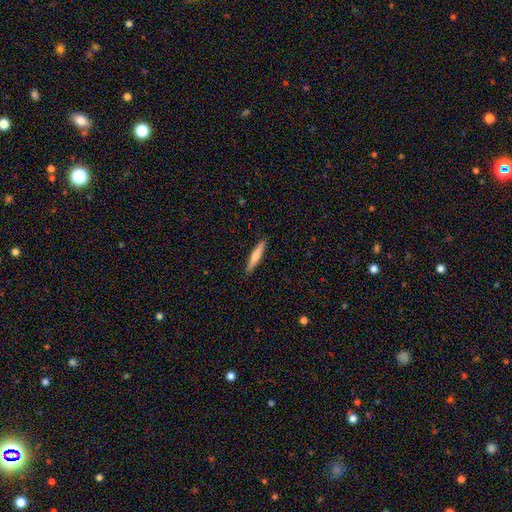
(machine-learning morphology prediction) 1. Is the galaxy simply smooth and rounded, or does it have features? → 65% smooth, 30% featured or disk, 5% star or artifact.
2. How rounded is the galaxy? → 90% cigar-shaped, 9% in between, 1% round.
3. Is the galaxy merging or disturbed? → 90% none, 8% minor disturbance, 2% major disturbance, 1% merger.